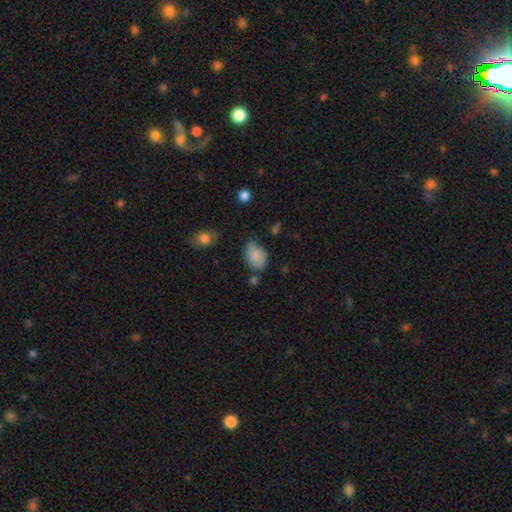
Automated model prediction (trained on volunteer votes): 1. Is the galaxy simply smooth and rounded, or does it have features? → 84% smooth, 9% featured or disk, 8% star or artifact.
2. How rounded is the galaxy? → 86% in between, 12% round, 1% cigar-shaped.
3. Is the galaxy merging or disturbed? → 60% none, 28% minor disturbance, 7% major disturbance, 6% merger.